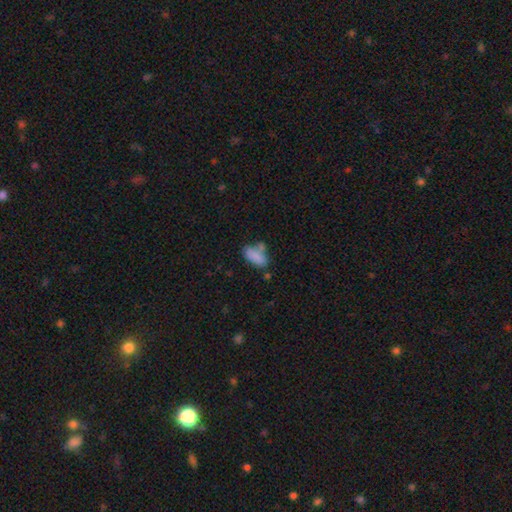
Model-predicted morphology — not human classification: smooth 81%, featured or disk 10%, star or artifact 9%. Down the decision tree: how rounded — in between (89%); merging — none (49%).